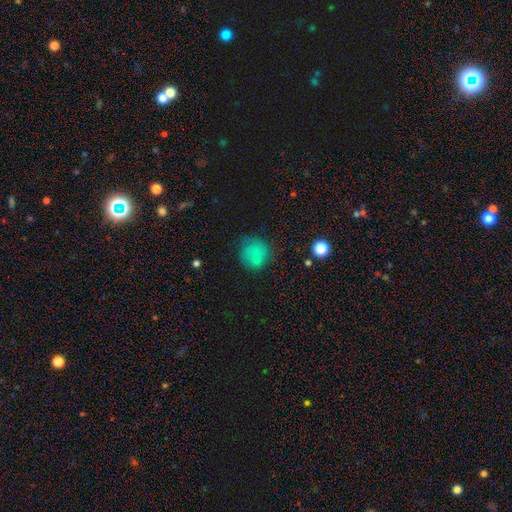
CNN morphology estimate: This is likely a smooth galaxy (70%). How rounded: clearly round (85%). Merging: likely none (74%).